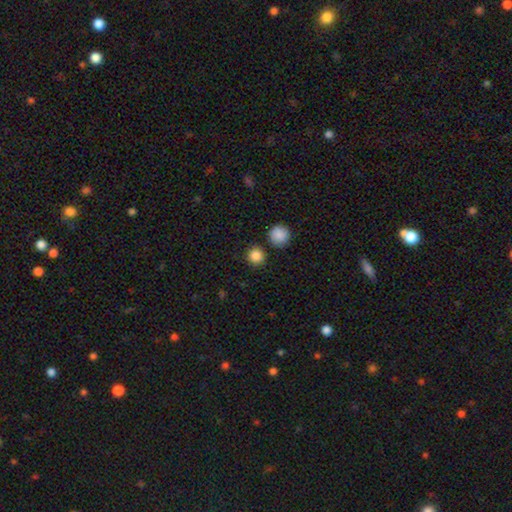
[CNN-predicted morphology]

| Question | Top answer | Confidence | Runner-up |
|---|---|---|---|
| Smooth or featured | smooth | 86% | star or artifact (11%) |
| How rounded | round | 94% | in between (5%) |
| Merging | none | 86% | minor disturbance (6%) |